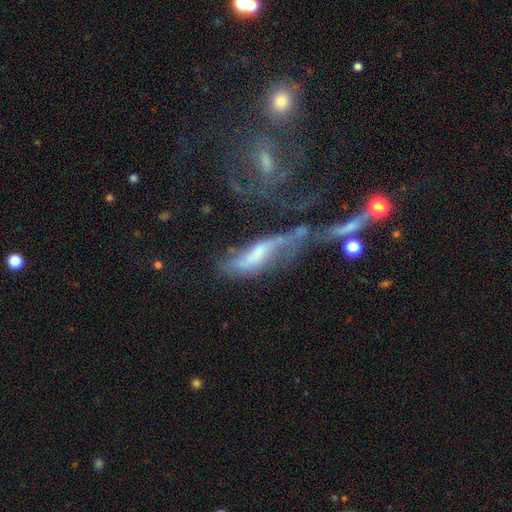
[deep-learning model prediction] Smooth or featured?
  - featured or disk: 53% *
  - smooth: 33%
  - star or artifact: 14%
Edge-on disk?
  - no: 75% *
  - yes: 25%
Merging?
  - merger: 36% *
  - major disturbance: 28%
  - none: 21%
  - minor disturbance: 16%